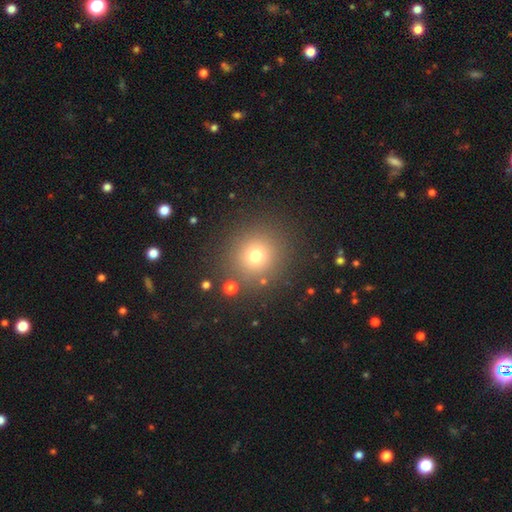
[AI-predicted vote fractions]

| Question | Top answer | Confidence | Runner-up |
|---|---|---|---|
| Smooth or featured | smooth | 72% | star or artifact (19%) |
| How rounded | round | 93% | in between (6%) |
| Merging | none | 87% | minor disturbance (7%) |